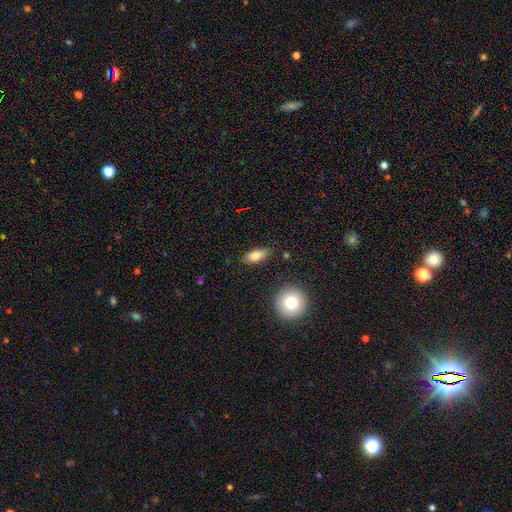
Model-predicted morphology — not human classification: Smooth or featured? Predicted: smooth (p=0.77). How rounded? Predicted: in between (p=0.78). Merging? Predicted: none (p=0.83).